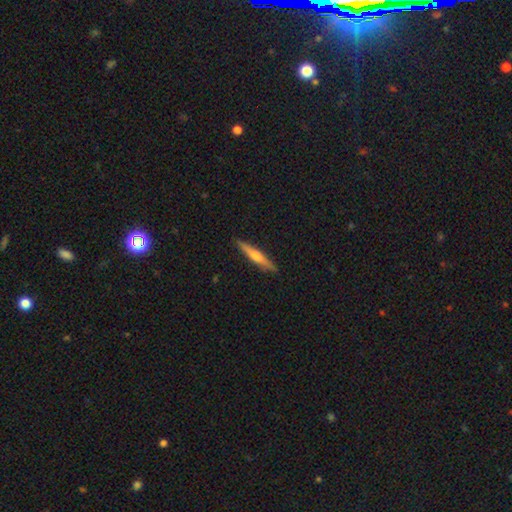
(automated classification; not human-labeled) This appears to be a featured or disk galaxy (60%) viewed edge-on (97%) with a rounded central bulge (85%). Merging: none (91%).